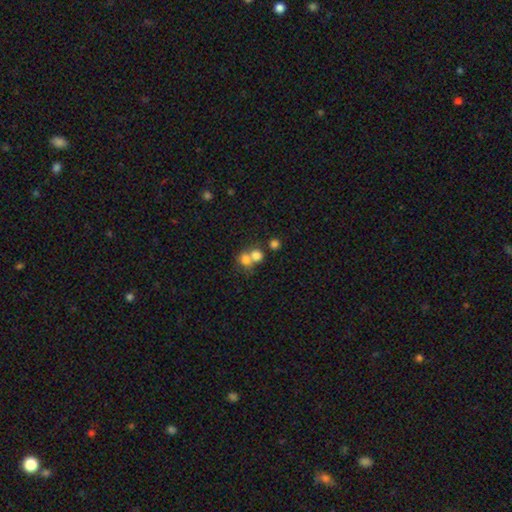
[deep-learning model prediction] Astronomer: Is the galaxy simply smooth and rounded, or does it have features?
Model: smooth — 74%.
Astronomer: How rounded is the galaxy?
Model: round — 74%.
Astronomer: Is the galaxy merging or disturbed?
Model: merger — 59%.